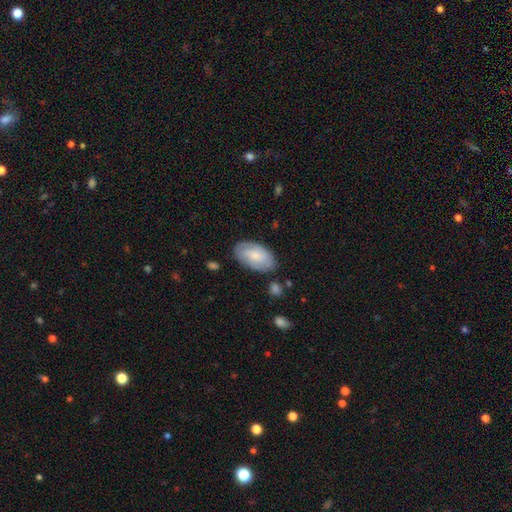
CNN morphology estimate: Smooth or featured?
  - smooth: 66% *
  - featured or disk: 28%
  - star or artifact: 6%
How rounded?
  - in between: 94% *
  - round: 4%
  - cigar-shaped: 2%
Merging?
  - none: 80% *
  - minor disturbance: 15%
  - major disturbance: 3%
  - merger: 2%